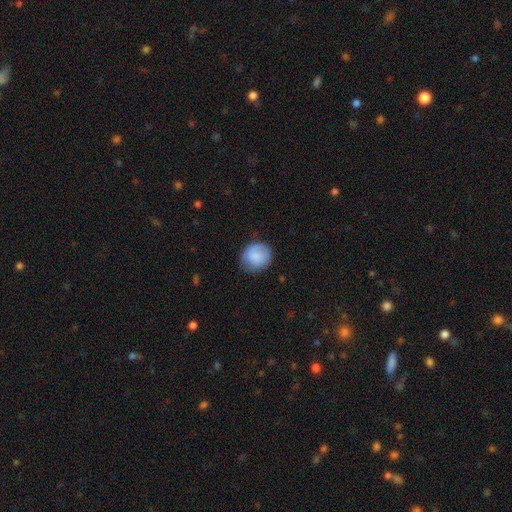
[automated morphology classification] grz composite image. It shows a smooth galaxy with no disk features (82%) that is round (87%). Merging: none (75%).